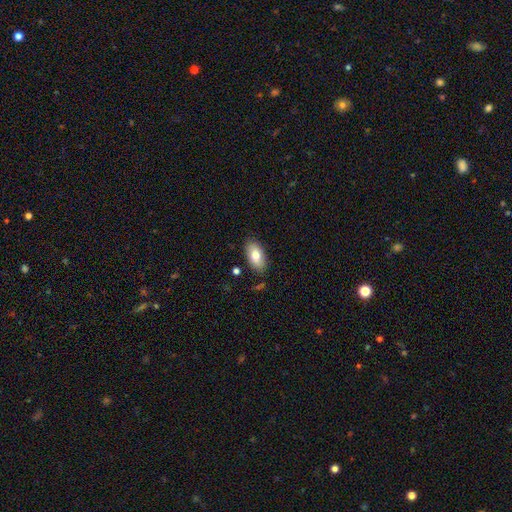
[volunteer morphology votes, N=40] smooth_or_featured: smooth (p=0.78) [alt: featured or disk p=0.15]
how_rounded: in between (p=0.94) [alt: round p=0.03]
merging: none (p=0.81) [alt: minor disturbance p=0.14]